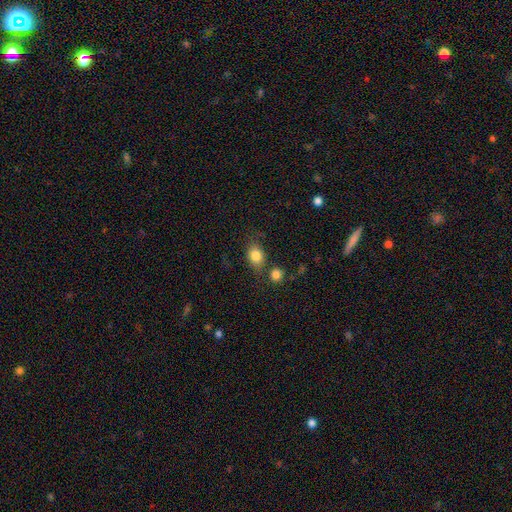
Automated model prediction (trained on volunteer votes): Smooth or featured? Predicted: smooth (p=0.83). How rounded? Predicted: in between (p=0.60). Merging? Predicted: none (p=0.68).